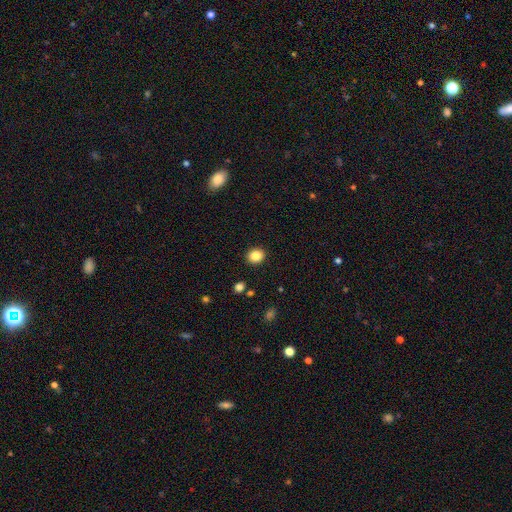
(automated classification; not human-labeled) Smooth or featured: smooth — 85% (star or artifact — 10%)
How rounded: round — 72% (in between — 27%)
Merging: none — 91% (minor disturbance — 6%)